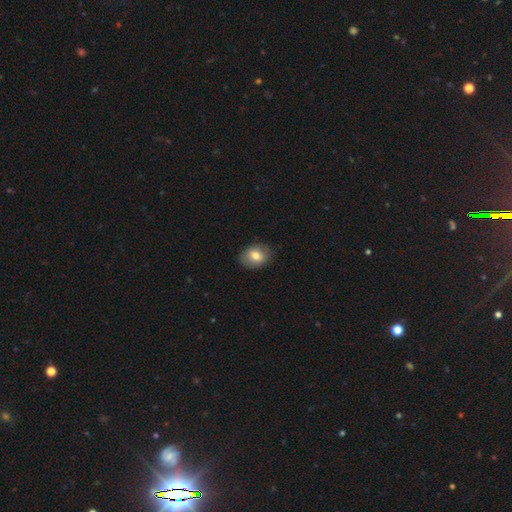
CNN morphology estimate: The model was most divided on "how rounded": in between: 61%, round: 38%, cigar-shaped: 1%. More confident: merging — none (84%); smooth or featured — smooth (74%).